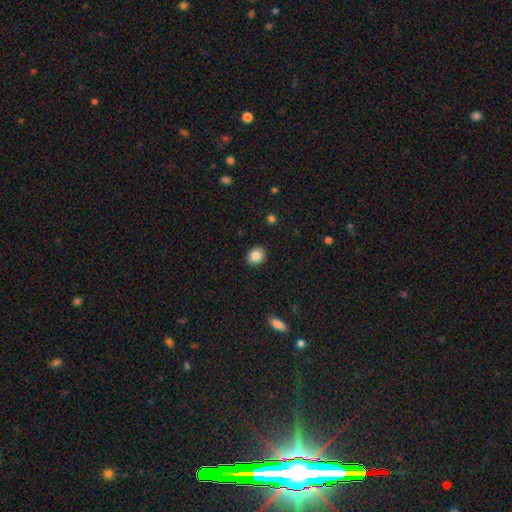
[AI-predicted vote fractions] smooth 85%, star or artifact 9%, featured or disk 6%. Down the decision tree: how rounded — round (54%); merging — none (91%).